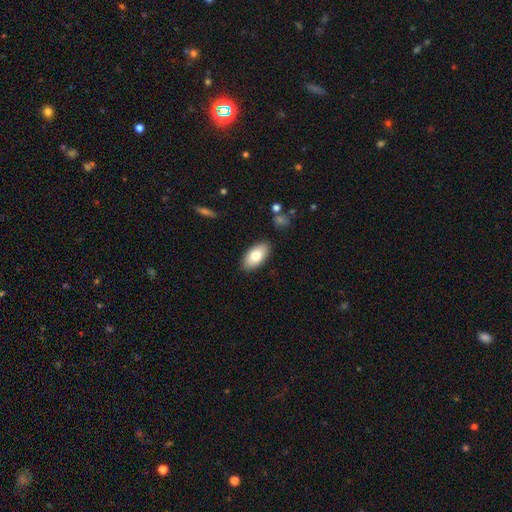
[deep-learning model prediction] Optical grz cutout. It shows a smooth galaxy with no disk features (78%) that is in between round and cigar-shaped (94%). Merging: none (88%).